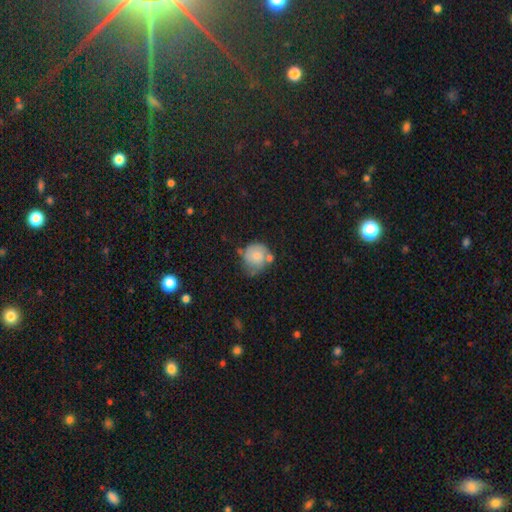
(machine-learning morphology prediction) This appears to be a smooth galaxy with no disk features (67%) that is round (81%). Merging: none (42%).